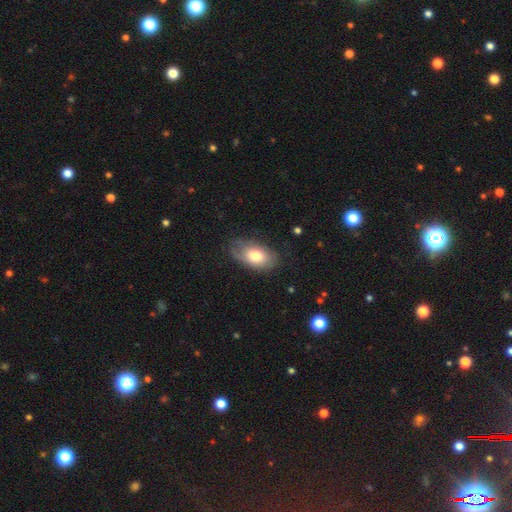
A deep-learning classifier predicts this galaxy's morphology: The model was most divided on "merging": none: 68%, minor disturbance: 24%, major disturbance: 7%, merger: 1%. More confident: how rounded — in between (93%); smooth or featured — smooth (73%).